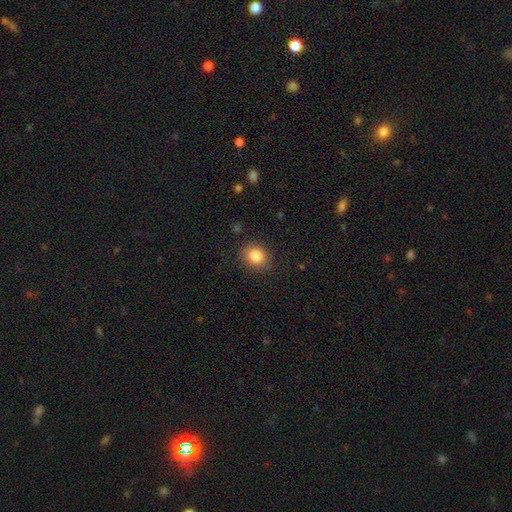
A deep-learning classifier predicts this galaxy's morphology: smooth-or-featured: smooth: 85% | star or artifact: 9% | featured or disk: 5%
  how-rounded: round: 69% | in between: 30% | cigar-shaped: 1%
  merging: none: 86% | minor disturbance: 10% | major disturbance: 3% | merger: 1%